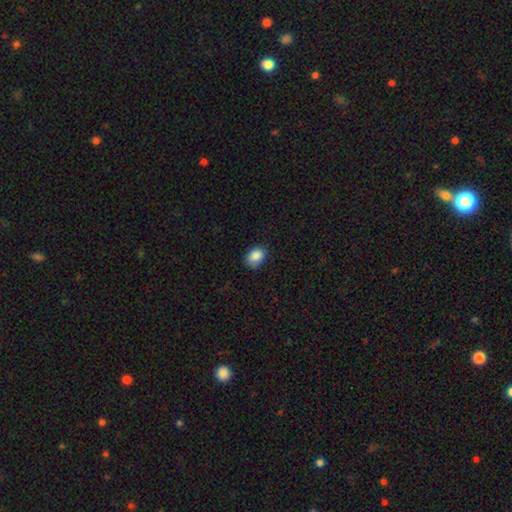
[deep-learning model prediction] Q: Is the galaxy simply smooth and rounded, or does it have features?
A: smooth — 87%.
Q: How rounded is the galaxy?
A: in between — 70%.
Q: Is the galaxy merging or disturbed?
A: none — 77%.